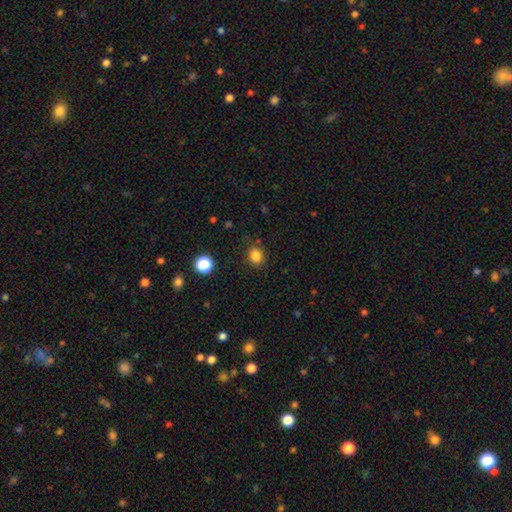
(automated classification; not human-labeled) smooth_or_featured: smooth (p=0.83) [alt: star or artifact p=0.13]
how_rounded: round (p=0.74) [alt: in between p=0.25]
merging: none (p=0.83) [alt: minor disturbance p=0.11]